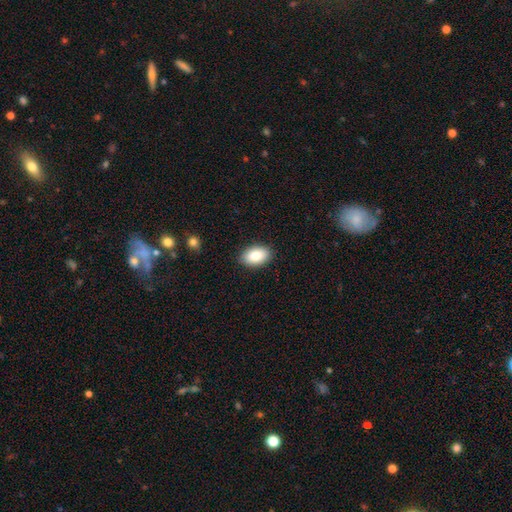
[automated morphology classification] smooth_or_featured: smooth (p=0.84) [alt: featured or disk p=0.09]
how_rounded: in between (p=0.90) [alt: round p=0.08]
merging: none (p=0.88) [alt: minor disturbance p=0.09]